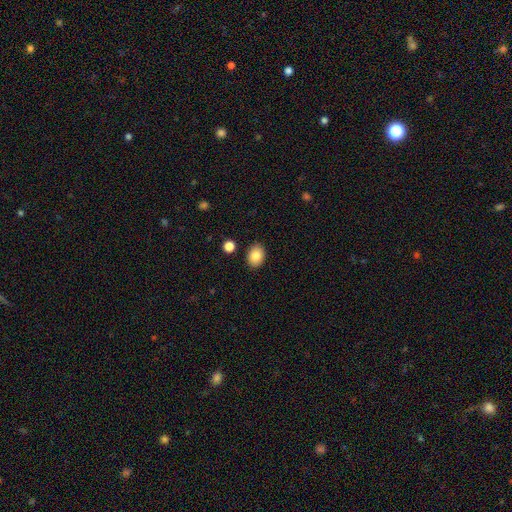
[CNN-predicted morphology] A smooth galaxy with no disk features (85%) that is in between round and cigar-shaped (68%). Merging: none (88%).